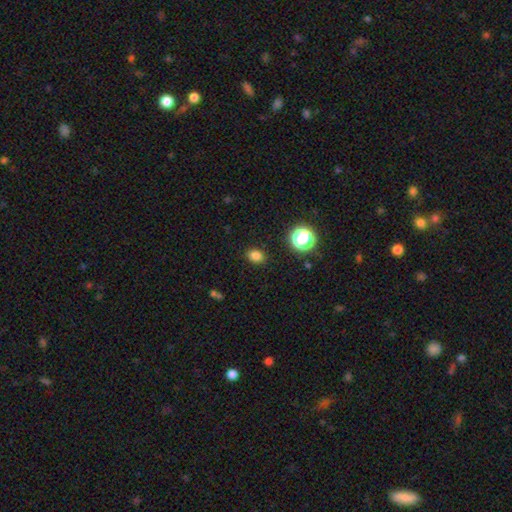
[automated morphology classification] Smooth or featured: smooth — 81% (star or artifact — 14%)
How rounded: in between — 59% (round — 40%)
Merging: none — 88% (minor disturbance — 8%)